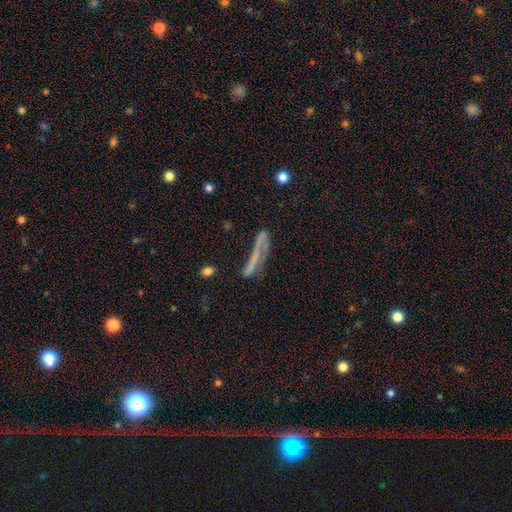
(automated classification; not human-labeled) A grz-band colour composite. It shows a smooth galaxy with no disk features (47%). Merging: none (51%).